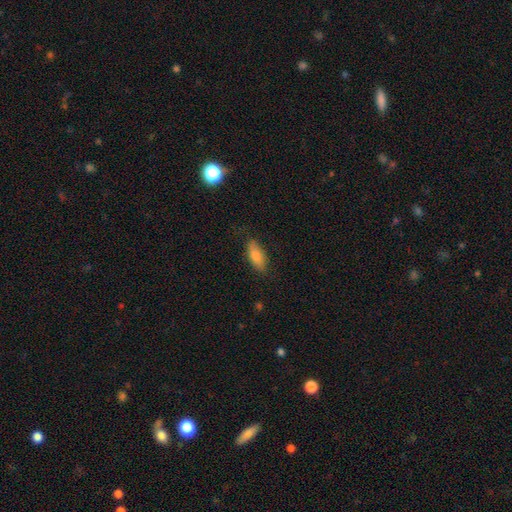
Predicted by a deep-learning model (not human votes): A smooth galaxy with no disk features (79%) that is in between round and cigar-shaped (78%).

Vote fractions:
- Smooth or featured? smooth: 79% / featured or disk: 14% / star or artifact: 7%
- How rounded? in between: 78% / cigar-shaped: 20% / round: 2%
- Merging? none: 80% / minor disturbance: 16% / major disturbance: 3% / merger: 1%